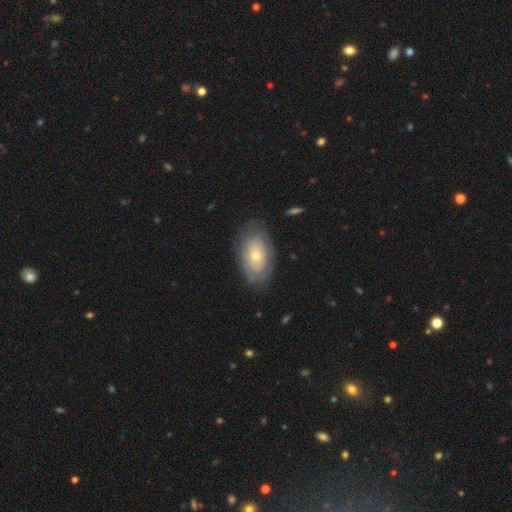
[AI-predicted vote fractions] Q: Smooth or featured?
A: smooth (51%); runner-up: featured or disk (42%)
Q: How rounded?
A: in between (89%); runner-up: round (9%)
Q: Merging?
A: none (76%); runner-up: minor disturbance (17%)